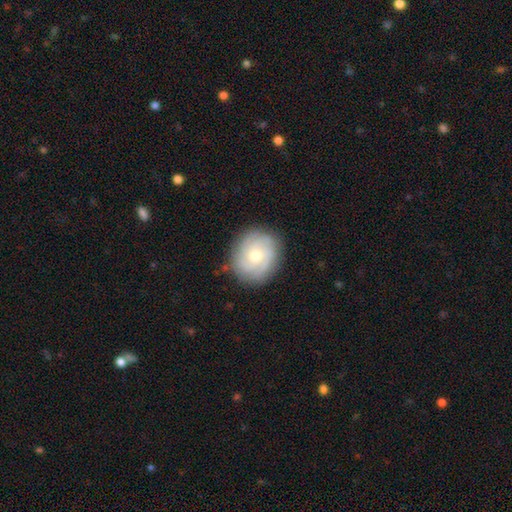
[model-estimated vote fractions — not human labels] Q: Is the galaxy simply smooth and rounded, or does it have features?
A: featured or disk — 66%.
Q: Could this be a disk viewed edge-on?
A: no — 97%.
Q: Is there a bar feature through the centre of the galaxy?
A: no — 77%.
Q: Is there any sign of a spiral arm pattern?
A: yes — 89%.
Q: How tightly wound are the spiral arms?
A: tight — 66%.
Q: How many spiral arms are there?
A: can't tell — 36%.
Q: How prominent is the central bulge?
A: moderate — 58%.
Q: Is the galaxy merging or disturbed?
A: none — 84%.